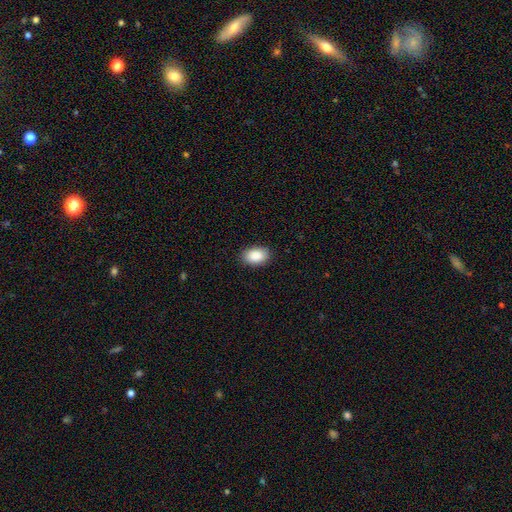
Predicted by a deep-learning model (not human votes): Morphology: type=smooth (90%); roundness=in between (87%); merging=none (87%).